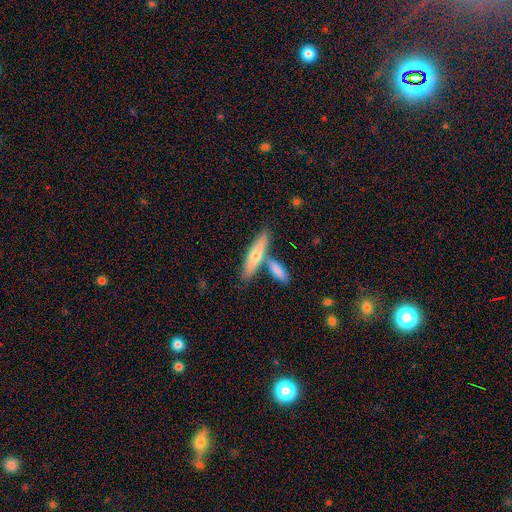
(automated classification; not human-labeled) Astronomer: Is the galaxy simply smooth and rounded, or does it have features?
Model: smooth — 58% (runner-up: featured or disk, 36%).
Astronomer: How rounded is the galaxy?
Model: cigar-shaped — 80%.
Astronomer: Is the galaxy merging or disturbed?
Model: none — 65%.